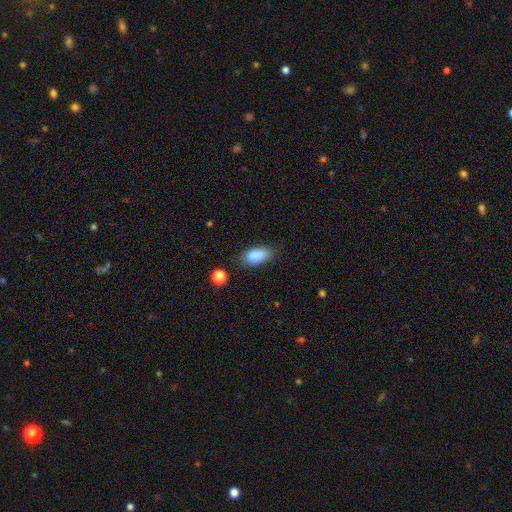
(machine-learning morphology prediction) Smooth or featured? smooth (86%)
How rounded? in between (89%)
Merging? none (68%)